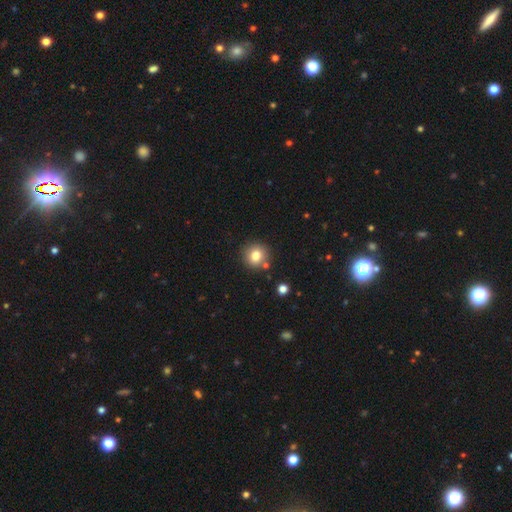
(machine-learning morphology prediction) smooth 79%, star or artifact 11%, featured or disk 9%. Down the decision tree: how rounded — round (91%); merging — none (82%).